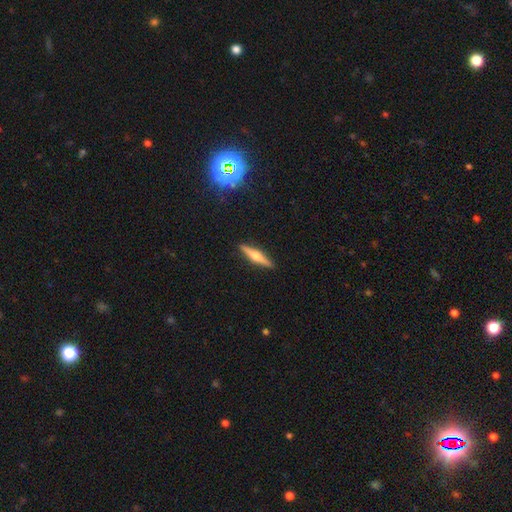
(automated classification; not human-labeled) Q: Smooth or featured?
A: featured or disk (69%); runner-up: smooth (25%)
Q: Edge-on disk?
A: yes (98%); runner-up: no (2%)
Q: Edge-on bulge?
A: rounded (94%); runner-up: boxy (3%)
Q: Merging?
A: none (91%); runner-up: minor disturbance (6%)